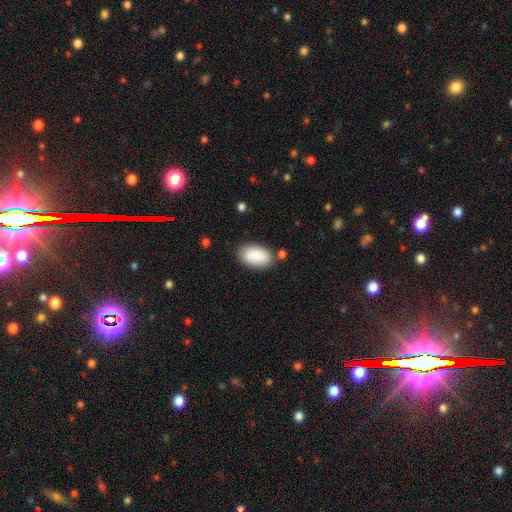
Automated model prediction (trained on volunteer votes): The model was most divided on "merging": none: 77%, minor disturbance: 14%, merger: 6%, major disturbance: 4%. More confident: how rounded — in between (94%); smooth or featured — smooth (88%).